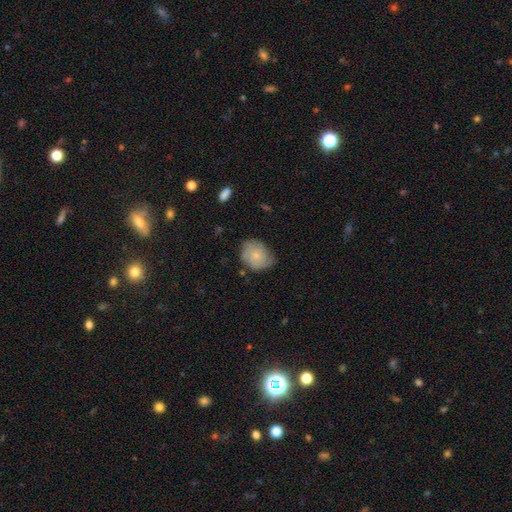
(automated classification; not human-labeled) Overall: smooth (59%; featured or disk 34%). How rounded: round (54%; in between 45%). Merging: none (58%; minor disturbance 31%).